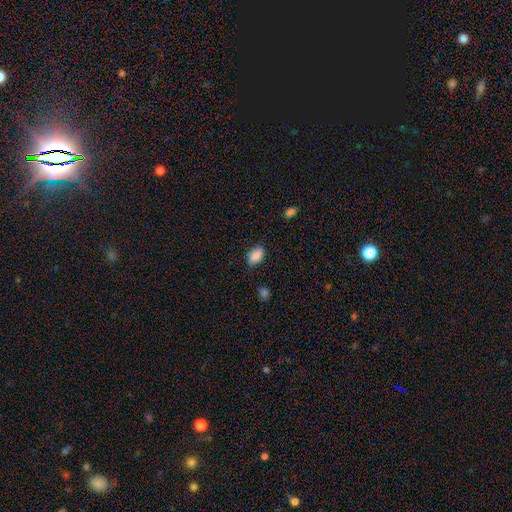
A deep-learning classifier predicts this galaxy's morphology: Q: Smooth or featured?
A: smooth (87%); runner-up: star or artifact (8%)
Q: How rounded?
A: in between (90%); runner-up: round (7%)
Q: Merging?
A: none (79%); runner-up: minor disturbance (16%)